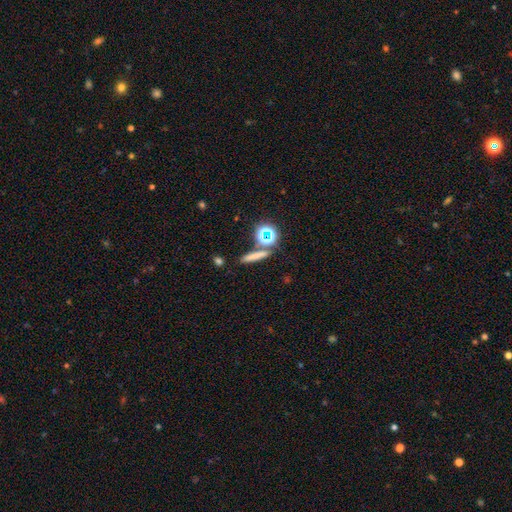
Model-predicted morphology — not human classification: This is likely a smooth galaxy (66%). How rounded: likely cigar-shaped (76%). Merging: clearly none (80%).